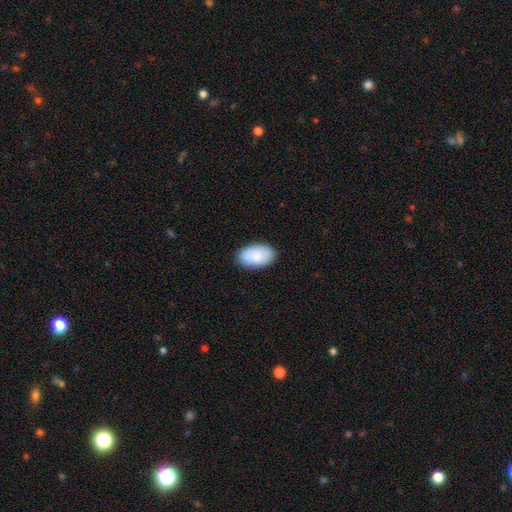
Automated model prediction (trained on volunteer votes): This appears to be a smooth galaxy with no disk features (87%) that is in between round and cigar-shaped (94%). Merging: none (86%).